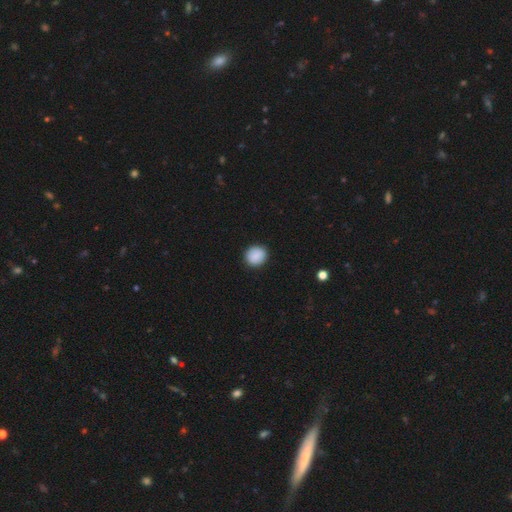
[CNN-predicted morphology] This is clearly a smooth galaxy (89%). How rounded: clearly round (84%). Merging: clearly none (90%).